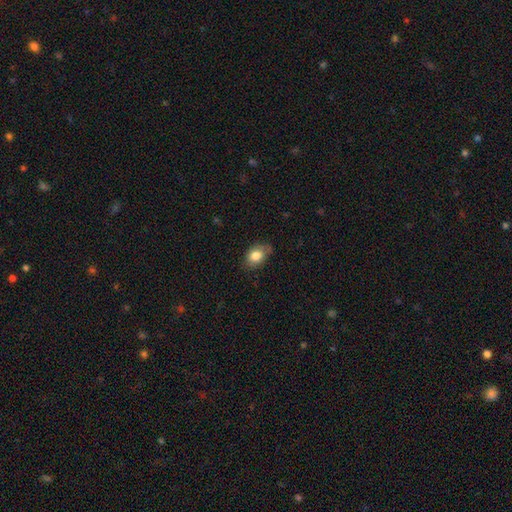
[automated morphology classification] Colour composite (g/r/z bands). It shows a smooth galaxy with no disk features (82%) that is in between round and cigar-shaped (76%). Merging: none (67%).